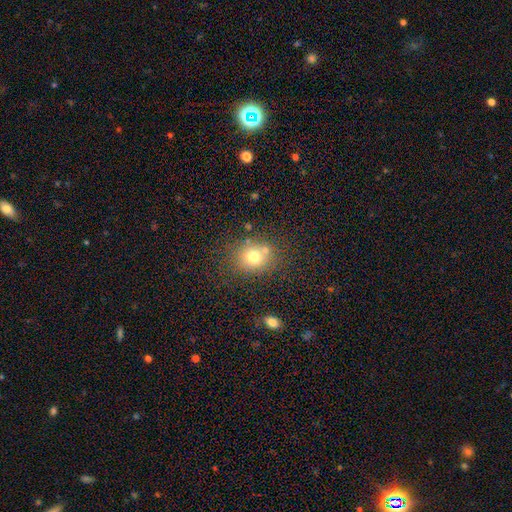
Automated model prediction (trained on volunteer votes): smooth_or_featured: smooth (p=0.71) [alt: star or artifact p=0.14]
how_rounded: round (p=0.68) [alt: in between p=0.31]
merging: none (p=0.67) [alt: merger p=0.15]